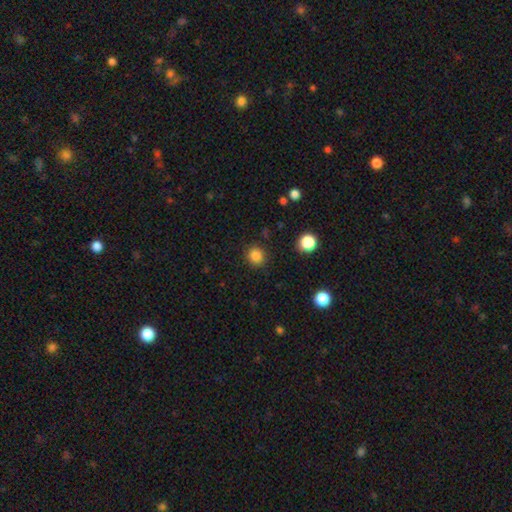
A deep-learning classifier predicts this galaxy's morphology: Smooth or featured? Predicted: smooth (p=0.84). How rounded? Predicted: round (p=0.87). Merging? Predicted: none (p=0.88).